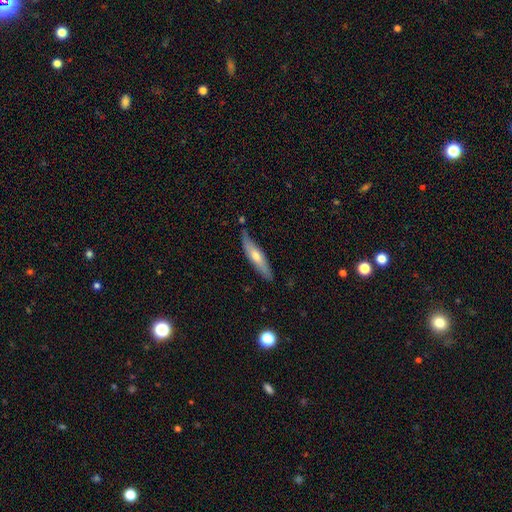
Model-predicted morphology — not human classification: A smooth galaxy with no disk features (49%). Merging: none (76%).